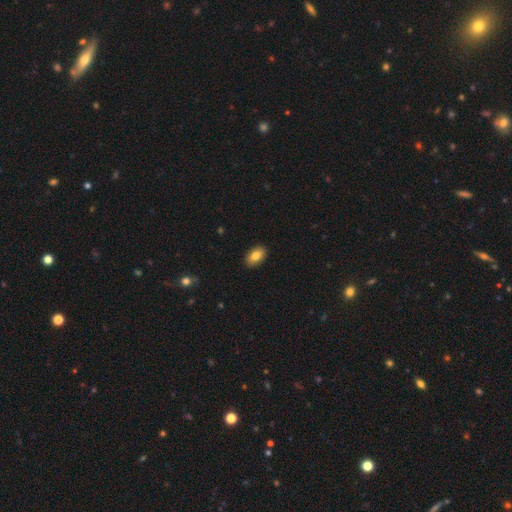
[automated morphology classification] type=smooth (82%); roundness=in between (91%); merging=none (90%).